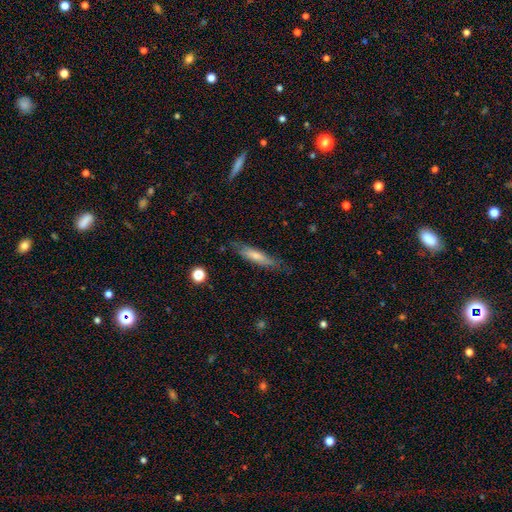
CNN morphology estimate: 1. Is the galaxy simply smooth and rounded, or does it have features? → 61% smooth, 32% featured or disk, 6% star or artifact.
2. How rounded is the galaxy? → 80% cigar-shaped, 18% in between, 2% round.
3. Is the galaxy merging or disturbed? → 76% none, 18% minor disturbance, 4% major disturbance, 2% merger.